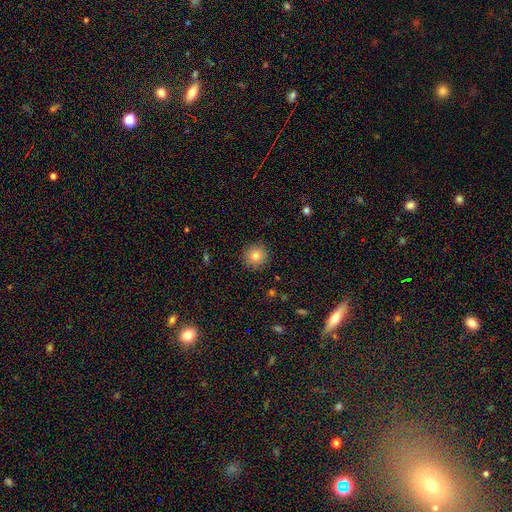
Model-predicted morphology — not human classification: Smooth or featured: smooth — 81% (star or artifact — 11%)
How rounded: round — 93% (in between — 6%)
Merging: none — 89% (minor disturbance — 7%)